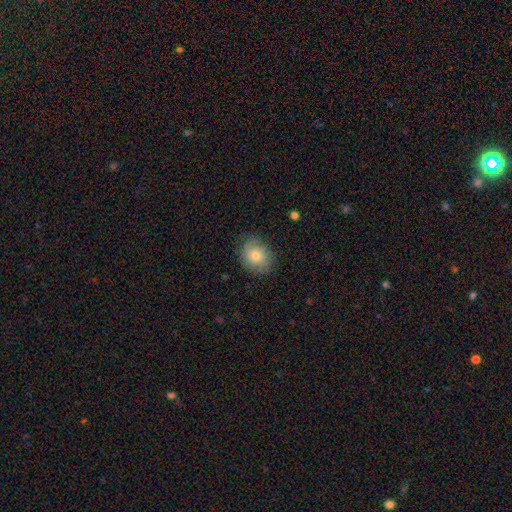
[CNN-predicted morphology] smooth-or-featured: smooth: 74% | featured or disk: 18% | star or artifact: 8%
  how-rounded: round: 55% | in between: 44% | cigar-shaped: 1%
  merging: none: 82% | minor disturbance: 14% | major disturbance: 3% | merger: 1%